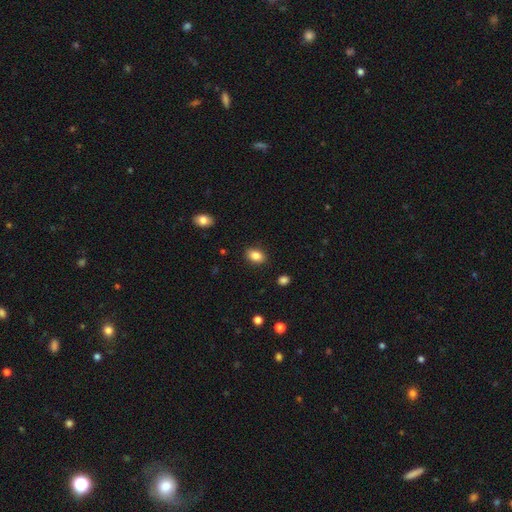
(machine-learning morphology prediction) smooth-or-featured: smooth: 85% | star or artifact: 9% | featured or disk: 6%
  how-rounded: in between: 82% | round: 17% | cigar-shaped: 1%
  merging: none: 87% | minor disturbance: 9% | major disturbance: 2% | merger: 1%